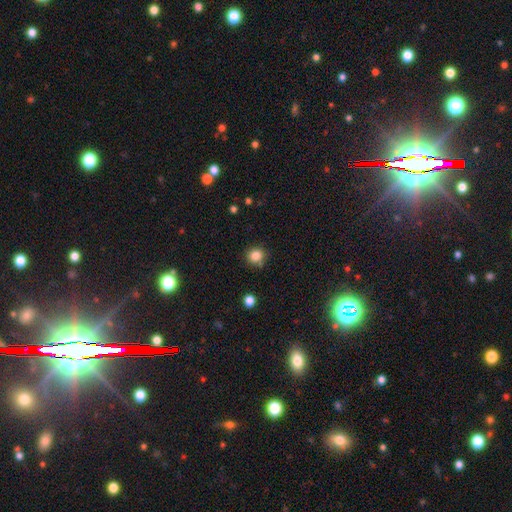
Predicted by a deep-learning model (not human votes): This appears to be a smooth galaxy with no disk features (83%) that is round (86%). Merging: none (80%).